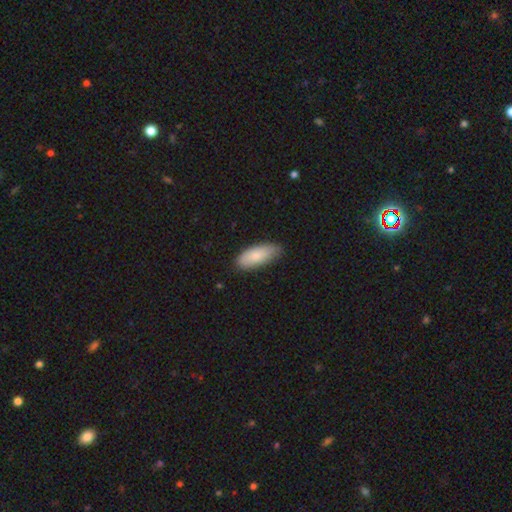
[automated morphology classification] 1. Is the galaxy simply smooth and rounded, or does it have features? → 82% smooth, 12% featured or disk, 6% star or artifact.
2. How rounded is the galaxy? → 79% in between, 19% cigar-shaped, 2% round.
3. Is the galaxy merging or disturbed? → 81% none, 15% minor disturbance, 2% major disturbance, 1% merger.